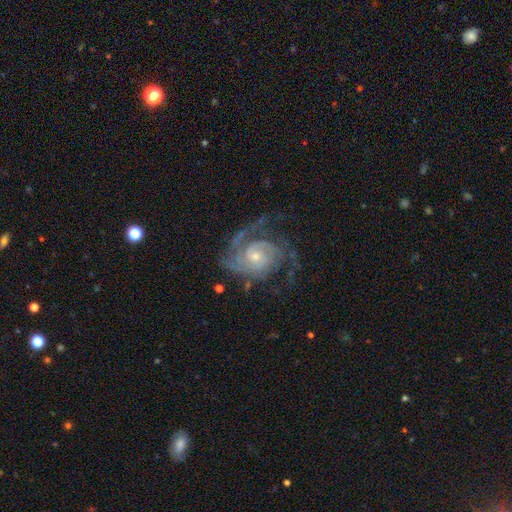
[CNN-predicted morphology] This is clearly a featured or disk galaxy (89%). It is clearly not viewed edge-on (98%). Bar: likely no (62%). Spiral arm pattern: clearly yes (98%). Spiral arm count: marginally 2 (38%). Spiral winding: possibly tight (51%). Central bulge: possibly small (56%). Merging: likely none (68%).